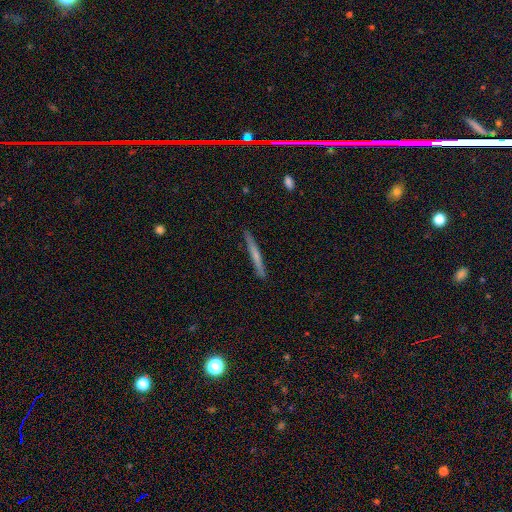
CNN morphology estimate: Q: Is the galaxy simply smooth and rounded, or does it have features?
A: smooth — 52%.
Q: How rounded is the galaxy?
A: cigar-shaped — 96%.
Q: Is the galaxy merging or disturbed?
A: none — 89%.